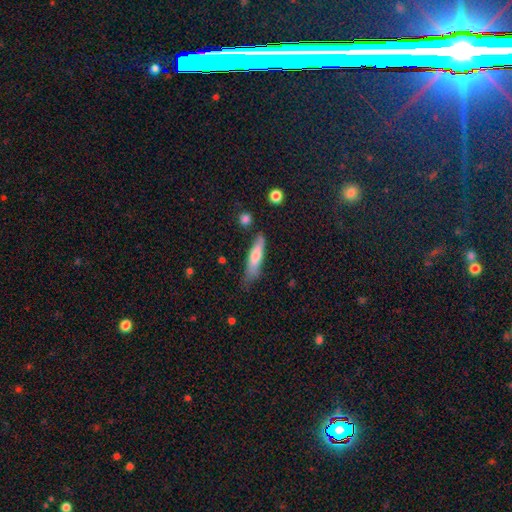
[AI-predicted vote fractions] Q: Smooth or featured?
A: smooth (67%); runner-up: featured or disk (26%)
Q: How rounded?
A: cigar-shaped (78%); runner-up: in between (20%)
Q: Merging?
A: none (66%); runner-up: minor disturbance (24%)